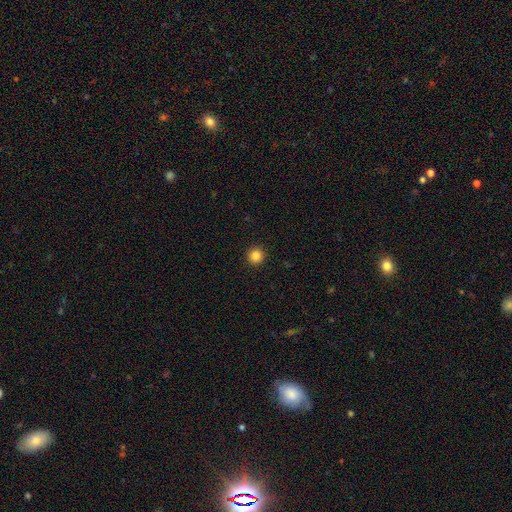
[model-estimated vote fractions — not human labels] Smooth or featured? smooth (84%)
How rounded? round (96%)
Merging? none (94%)